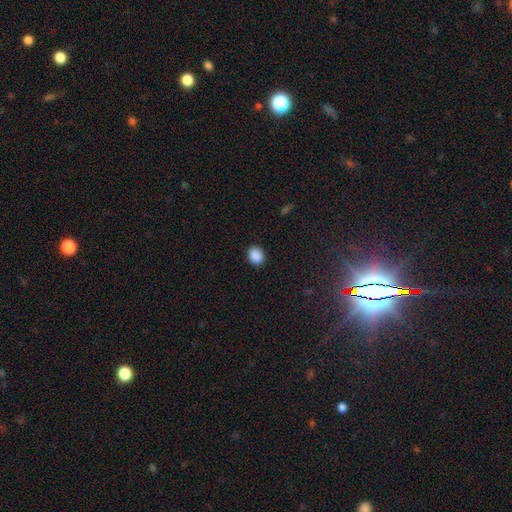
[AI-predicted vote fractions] Smooth or featured? smooth (89%)
How rounded? round (57%)
Merging? none (90%)